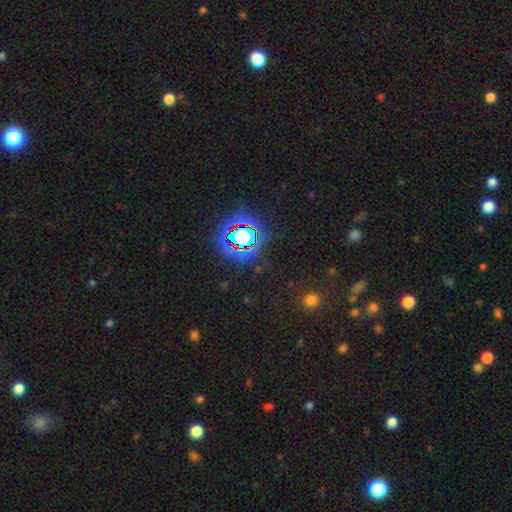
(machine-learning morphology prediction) Smooth or featured: star or artifact — 75% (smooth — 16%)